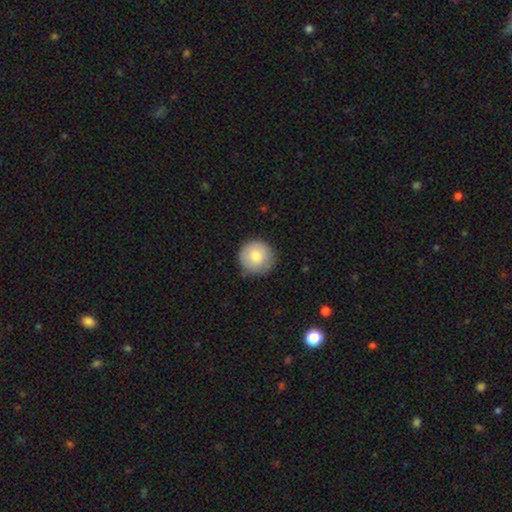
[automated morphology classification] smooth-or-featured: smooth: 78% | featured or disk: 14% | star or artifact: 7%
  how-rounded: round: 95% | in between: 4% | cigar-shaped: 1%
  merging: none: 84% | minor disturbance: 12% | major disturbance: 2% | merger: 1%